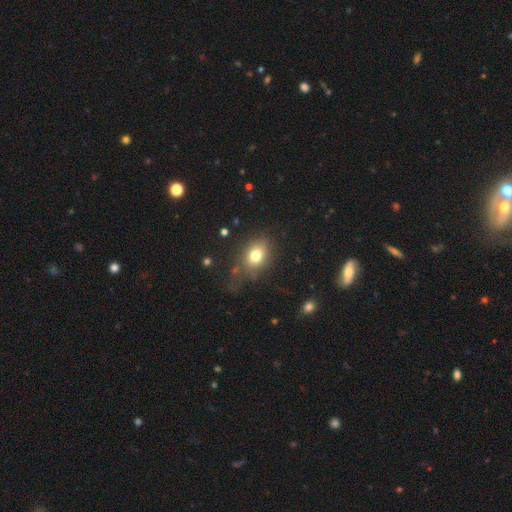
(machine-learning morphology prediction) type=smooth (77%); roundness=in between (68%); merging=none (67%).